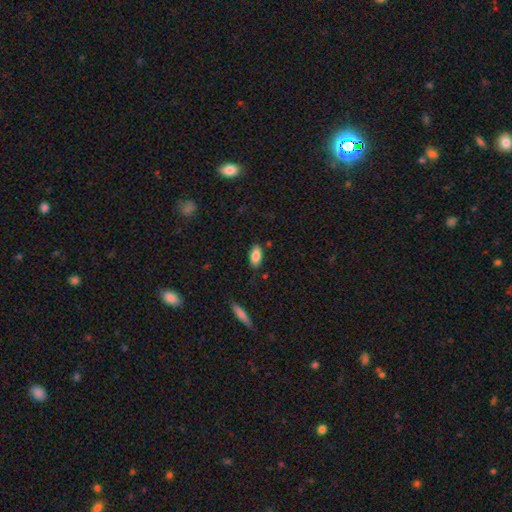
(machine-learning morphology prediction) smooth 86%, star or artifact 7%, featured or disk 7%. Down the decision tree: how rounded — in between (90%); merging — none (84%).